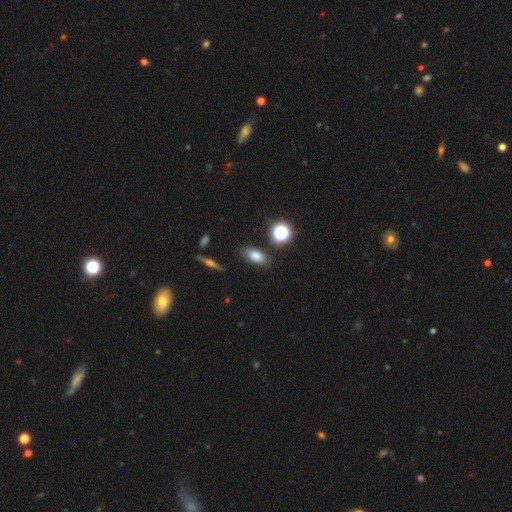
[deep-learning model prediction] This is likely a smooth galaxy (77%). How rounded: clearly in between (81%). Merging: clearly none (83%).